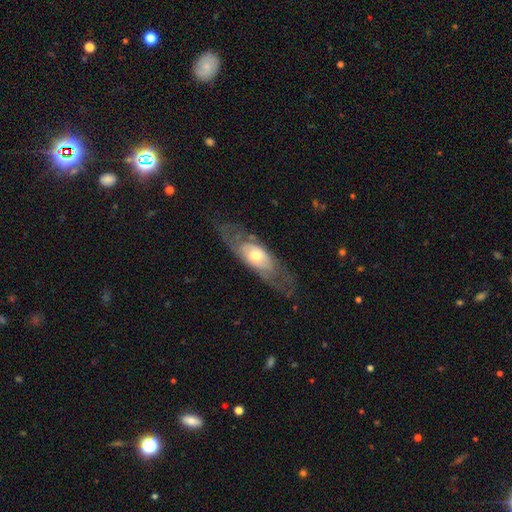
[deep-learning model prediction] This appears to be a featured or disk galaxy (64%). Merging: none (63%).